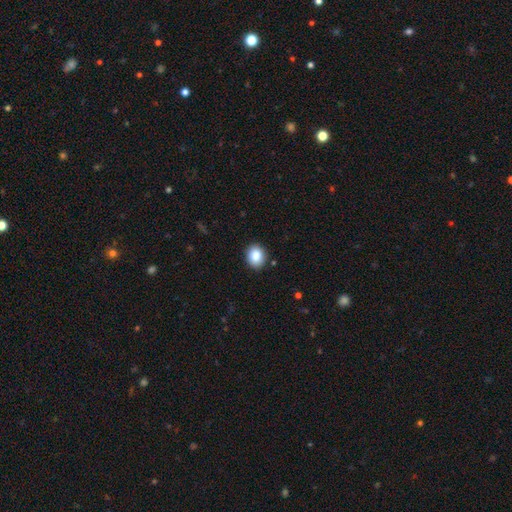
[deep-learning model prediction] Q: Smooth or featured?
A: smooth (85%); runner-up: star or artifact (9%)
Q: How rounded?
A: round (59%); runner-up: in between (40%)
Q: Merging?
A: none (90%); runner-up: minor disturbance (7%)